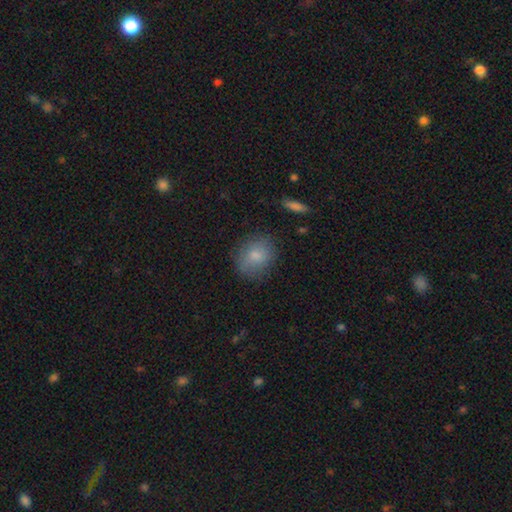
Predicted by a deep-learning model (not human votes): smooth_or_featured: smooth (p=0.81) [alt: featured or disk p=0.11]
how_rounded: round (p=0.57) [alt: in between p=0.42]
merging: none (p=0.79) [alt: minor disturbance p=0.15]